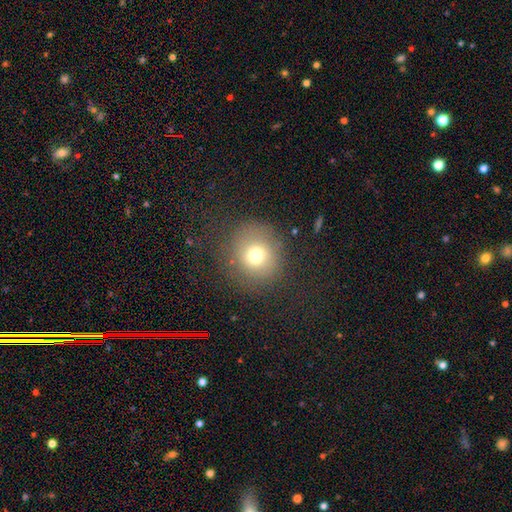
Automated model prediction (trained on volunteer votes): A smooth galaxy with no disk features (71%) that is round (89%).

Vote fractions:
- Smooth or featured? smooth: 71% / star or artifact: 15% / featured or disk: 14%
- How rounded? round: 89% / in between: 10% / cigar-shaped: 1%
- Merging? none: 75% / minor disturbance: 13% / major disturbance: 10% / merger: 2%